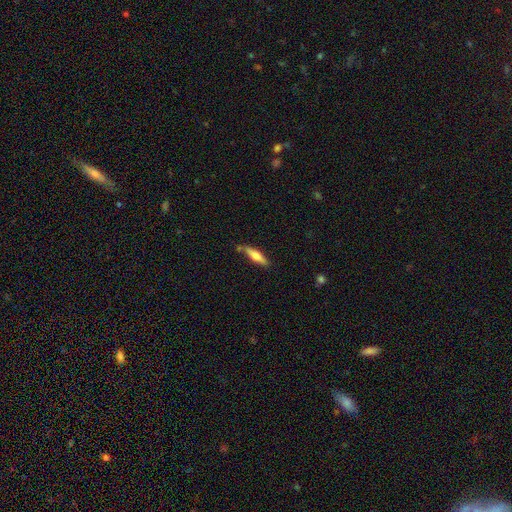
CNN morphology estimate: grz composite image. It shows a smooth galaxy with no disk features (57%) that is cigar-shaped (71%). Merging: none (76%).